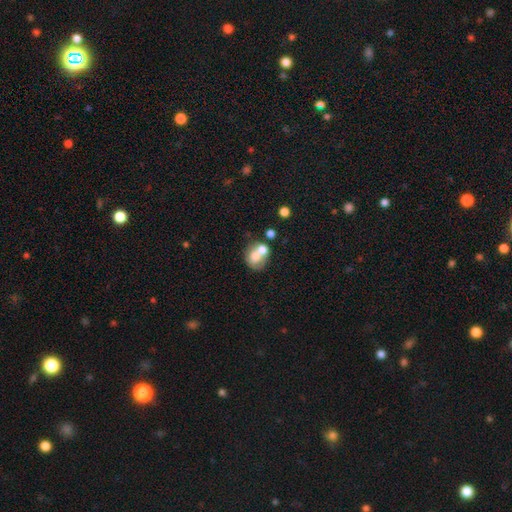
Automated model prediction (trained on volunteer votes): Morphology: type=smooth (65%); roundness=round (61%); merging=merger (49%).